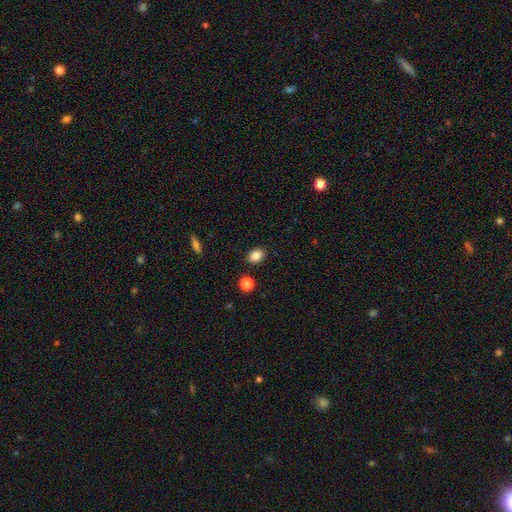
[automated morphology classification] Smooth or featured?
  - smooth: 86% *
  - star or artifact: 10%
  - featured or disk: 5%
How rounded?
  - in between: 71% *
  - round: 28%
  - cigar-shaped: 1%
Merging?
  - none: 86% *
  - minor disturbance: 8%
  - merger: 3%
  - major disturbance: 2%